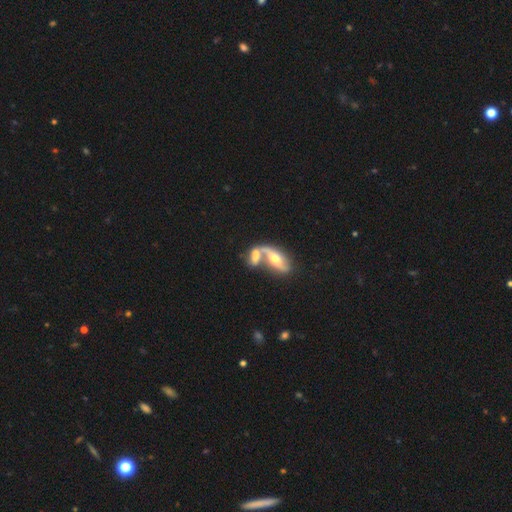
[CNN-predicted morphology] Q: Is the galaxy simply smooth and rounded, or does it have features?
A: featured or disk — 53%.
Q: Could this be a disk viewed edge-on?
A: no — 75%.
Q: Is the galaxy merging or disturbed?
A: merger — 67%.